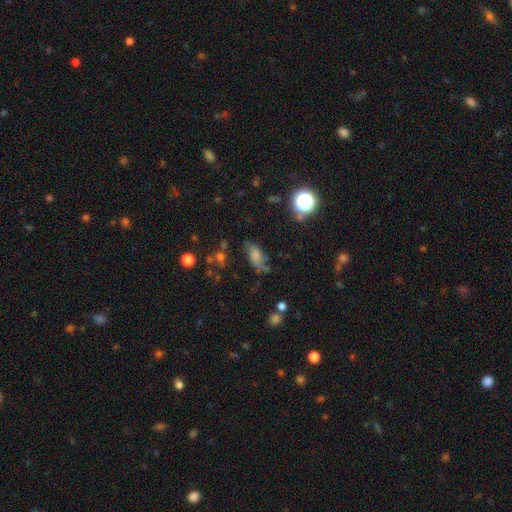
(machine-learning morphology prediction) A smooth galaxy with no disk features (52%) that is in between round and cigar-shaped (80%). Merging: none (50%).